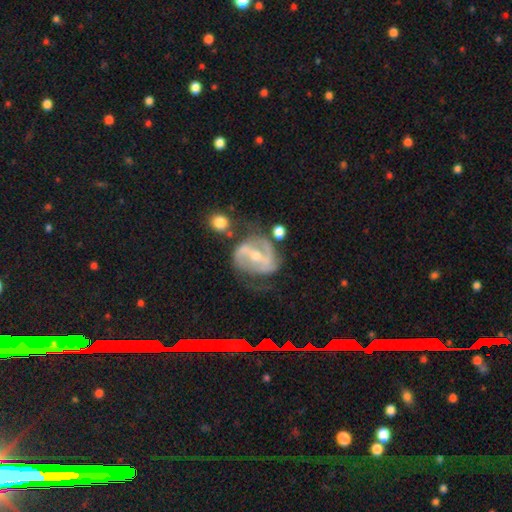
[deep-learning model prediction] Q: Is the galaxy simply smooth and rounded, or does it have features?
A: featured or disk — 85%.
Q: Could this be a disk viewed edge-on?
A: no — 96%.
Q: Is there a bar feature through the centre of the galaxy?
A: strong — 58%.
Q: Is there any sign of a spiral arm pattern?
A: yes — 91%.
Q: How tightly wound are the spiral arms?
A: medium — 46%.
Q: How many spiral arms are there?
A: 2 — 81%.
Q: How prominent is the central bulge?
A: small — 49%.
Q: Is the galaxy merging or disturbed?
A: none — 56%.